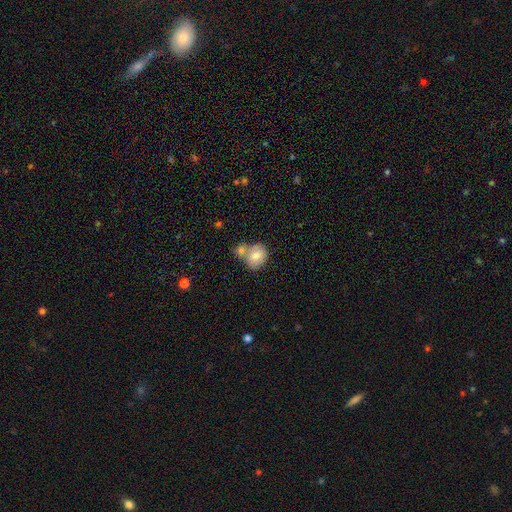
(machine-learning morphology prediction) This appears to be a smooth galaxy with no disk features (73%) that is round (68%). Merging: merger (49%).